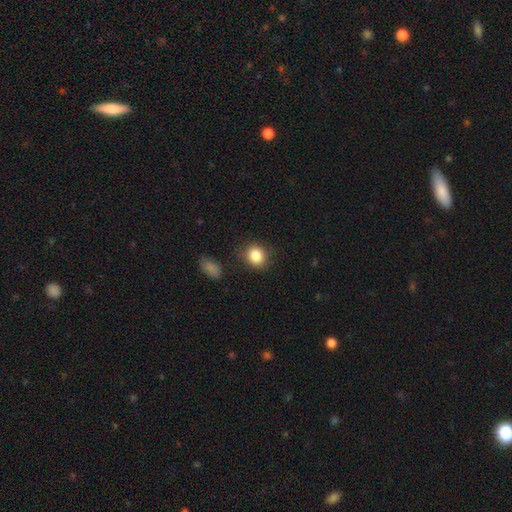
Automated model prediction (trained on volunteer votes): This is clearly a smooth galaxy (86%). How rounded: likely round (70%). Merging: clearly none (84%).